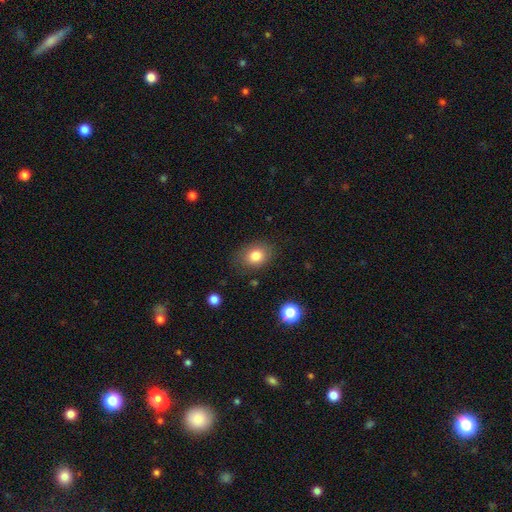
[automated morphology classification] smooth 81%, star or artifact 10%, featured or disk 9%. Down the decision tree: how rounded — in between (55%); merging — none (80%).